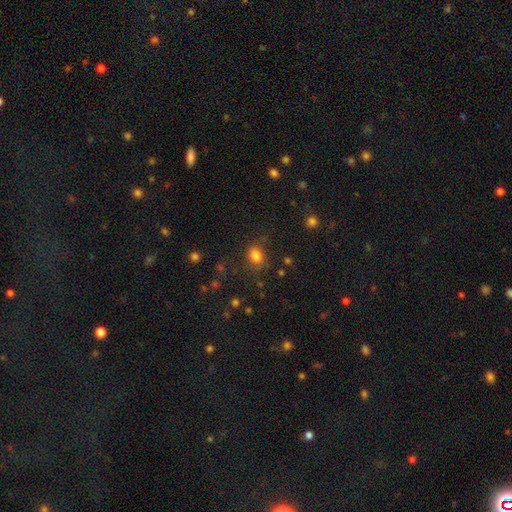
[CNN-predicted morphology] A smooth galaxy with no disk features (81%) that is in between round and cigar-shaped (66%).

Vote fractions:
- Smooth or featured? smooth: 81% / star or artifact: 12% / featured or disk: 6%
- How rounded? in between: 66% / round: 32% / cigar-shaped: 1%
- Merging? none: 76% / minor disturbance: 16% / major disturbance: 5% / merger: 3%